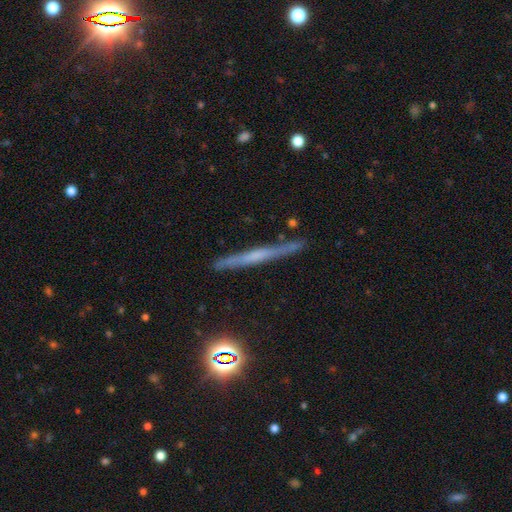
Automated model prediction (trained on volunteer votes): Smooth or featured?
  - featured or disk: 59% *
  - smooth: 28%
  - star or artifact: 12%
Edge-on disk?
  - yes: 96% *
  - no: 4%
Edge-on bulge?
  - none: 62% *
  - rounded: 26%
  - boxy: 12%
Merging?
  - none: 88% *
  - minor disturbance: 9%
  - major disturbance: 2%
  - merger: 2%